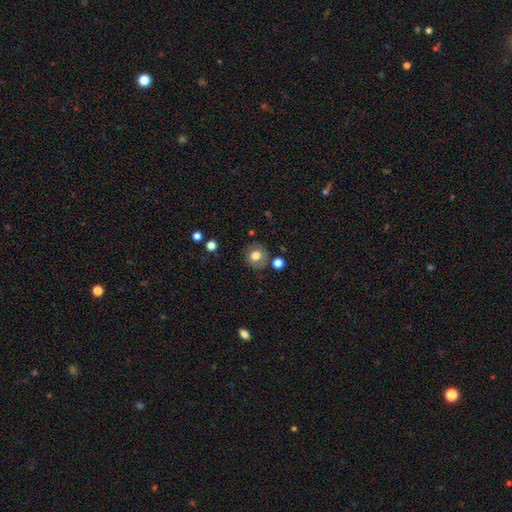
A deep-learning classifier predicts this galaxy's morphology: smooth-or-featured: smooth: 72% | featured or disk: 18% | star or artifact: 10%
  how-rounded: round: 83% | in between: 16% | cigar-shaped: 1%
  merging: none: 79% | minor disturbance: 13% | merger: 4% | major disturbance: 4%